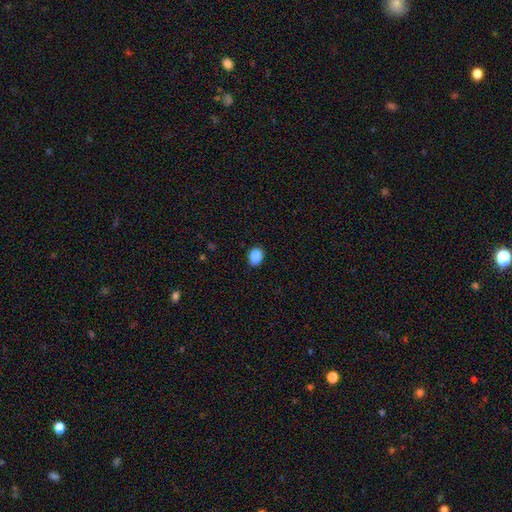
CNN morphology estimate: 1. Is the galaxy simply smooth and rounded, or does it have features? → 88% smooth, 9% star or artifact, 3% featured or disk.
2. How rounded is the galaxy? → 61% in between, 38% round, 1% cigar-shaped.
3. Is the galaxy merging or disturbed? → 86% none, 11% minor disturbance, 2% major disturbance, 1% merger.